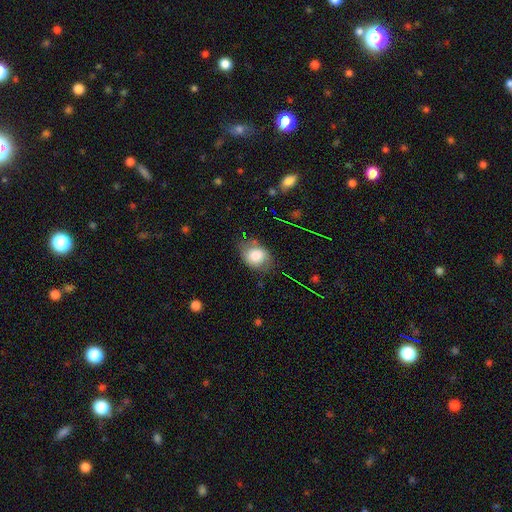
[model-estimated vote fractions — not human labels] smooth-or-featured: smooth: 78% | featured or disk: 13% | star or artifact: 9%
  how-rounded: in between: 55% | round: 44% | cigar-shaped: 1%
  merging: none: 63% | minor disturbance: 27% | major disturbance: 8% | merger: 3%